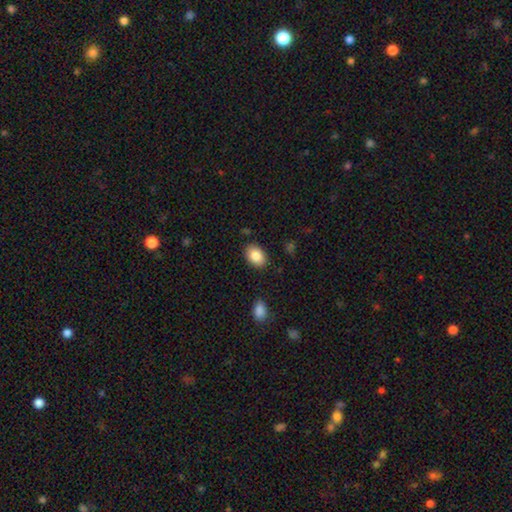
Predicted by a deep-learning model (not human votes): The model was most divided on "how rounded": in between: 82%, round: 17%, cigar-shaped: 1%. More confident: merging — none (87%); smooth or featured — smooth (85%).